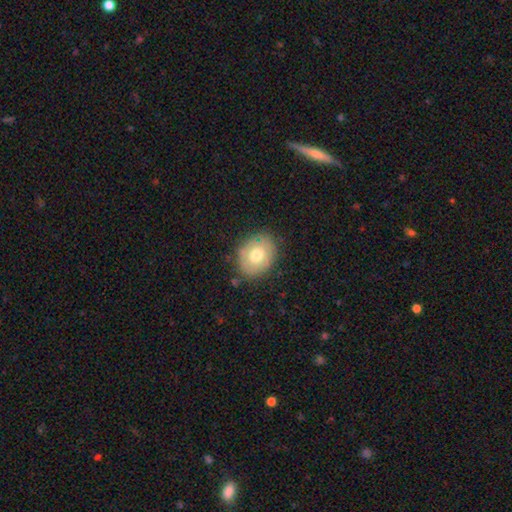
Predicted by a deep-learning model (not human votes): smooth-or-featured: smooth: 66% | featured or disk: 27% | star or artifact: 8%
  how-rounded: in between: 56% | round: 43% | cigar-shaped: 1%
  merging: none: 80% | minor disturbance: 15% | major disturbance: 3% | merger: 2%